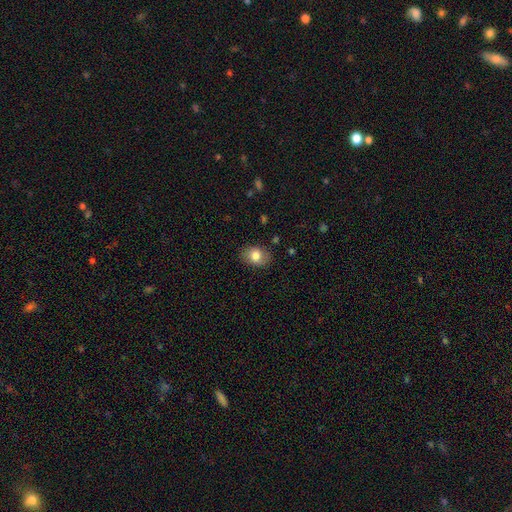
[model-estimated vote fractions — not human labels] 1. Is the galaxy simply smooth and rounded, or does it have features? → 80% smooth, 11% featured or disk, 9% star or artifact.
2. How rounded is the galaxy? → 67% in between, 32% round, 1% cigar-shaped.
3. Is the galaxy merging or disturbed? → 83% none, 12% minor disturbance, 3% major disturbance, 1% merger.